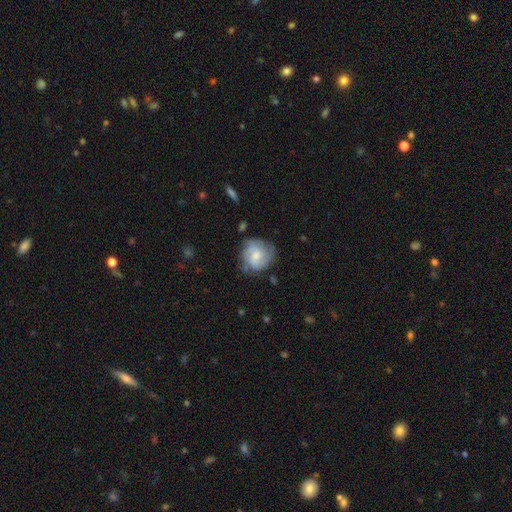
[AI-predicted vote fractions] This appears to be a featured or disk galaxy (59%) with no bar (58%), 2 (36%) tight (43%) spiral arms (88%) and a small central bulge (46%). Merging: none (69%).